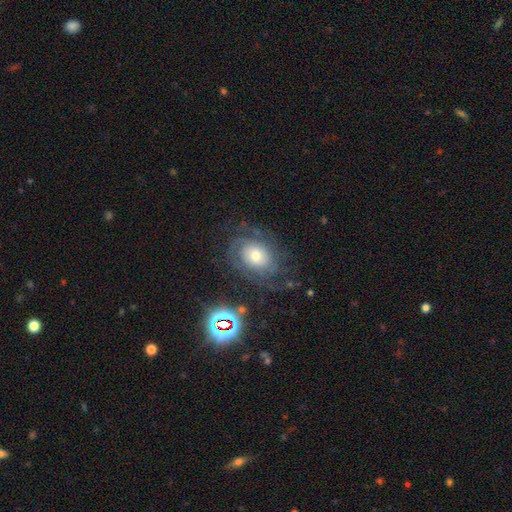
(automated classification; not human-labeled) Smooth or featured? featured or disk (74%)
Edge-on disk? no (96%)
Bar? no (76%)
Spiral arms? yes (89%)
Spiral winding? tight (59%)
Spiral arm count? can't tell (43%)
Bulge size? moderate (59%)
Merging? none (65%)